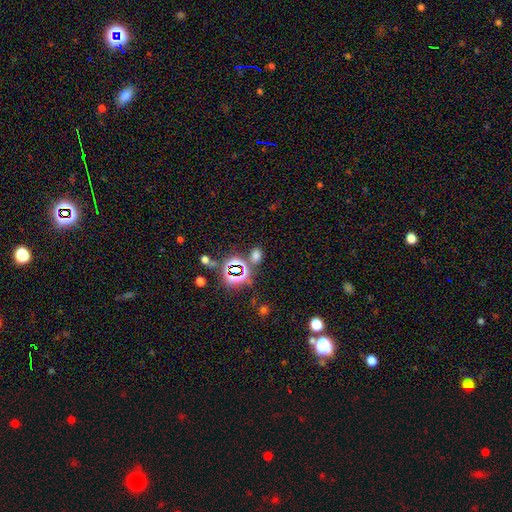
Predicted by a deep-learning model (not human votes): Smooth or featured?
  - smooth: 55% *
  - star or artifact: 39%
  - featured or disk: 6%
How rounded?
  - in between: 66% *
  - round: 31%
  - cigar-shaped: 2%
Merging?
  - none: 76% *
  - minor disturbance: 11%
  - merger: 9%
  - major disturbance: 5%